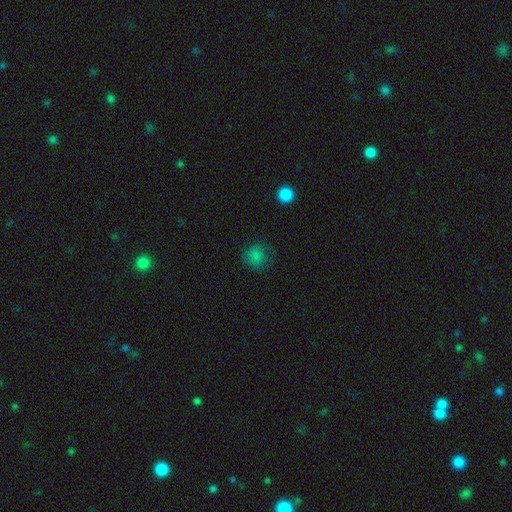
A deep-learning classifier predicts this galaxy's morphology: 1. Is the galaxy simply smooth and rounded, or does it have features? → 79% smooth, 17% star or artifact, 5% featured or disk.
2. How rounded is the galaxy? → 88% round, 11% in between, 1% cigar-shaped.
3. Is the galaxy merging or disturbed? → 80% none, 14% minor disturbance, 5% major disturbance, 1% merger.